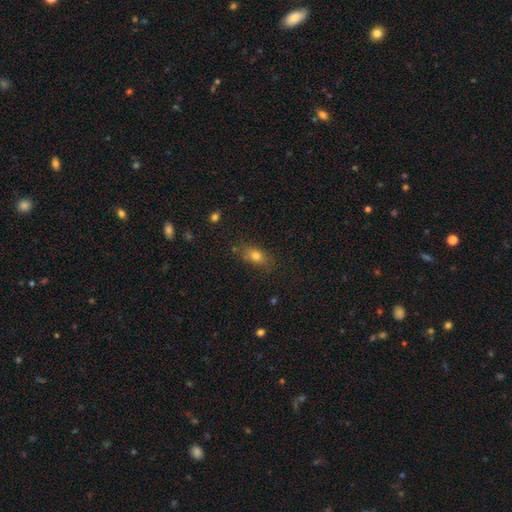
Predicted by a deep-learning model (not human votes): Smooth or featured: smooth — 75% (star or artifact — 13%)
How rounded: in between — 74% (round — 17%)
Merging: none — 76% (minor disturbance — 16%)